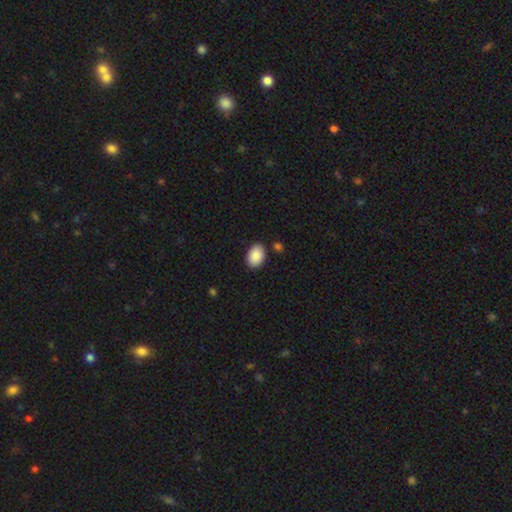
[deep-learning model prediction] Smooth or featured?
  - smooth: 90% *
  - star or artifact: 7%
  - featured or disk: 4%
How rounded?
  - in between: 86% *
  - round: 13%
  - cigar-shaped: 1%
Merging?
  - none: 84% *
  - minor disturbance: 10%
  - merger: 3%
  - major disturbance: 2%